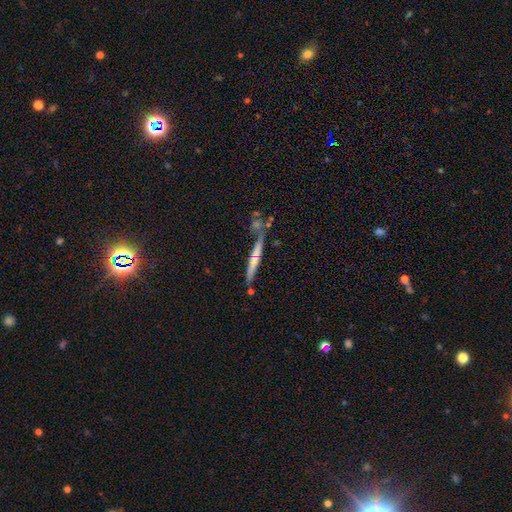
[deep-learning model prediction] Smooth or featured? Predicted: featured or disk (p=0.57). Edge-on disk? Predicted: yes (p=0.89). Edge-on bulge? Predicted: none (p=0.48). Merging? Predicted: none (p=0.63).